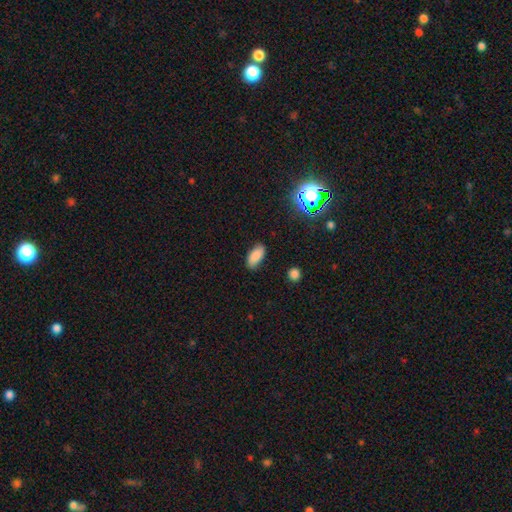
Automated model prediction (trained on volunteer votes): The model was most divided on "merging": none: 84%, minor disturbance: 12%, major disturbance: 3%, merger: 1%. More confident: how rounded — in between (91%); smooth or featured — smooth (85%).